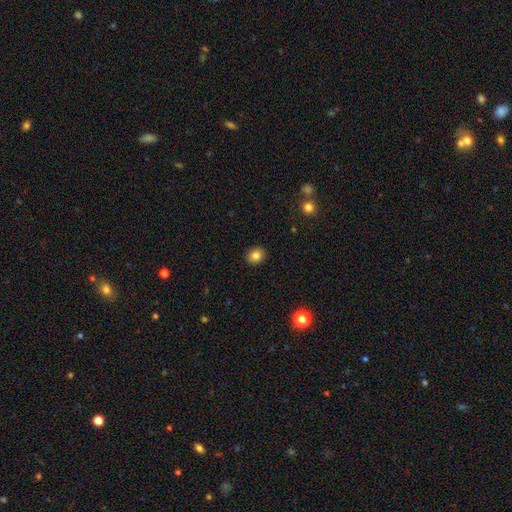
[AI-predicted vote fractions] Q: Smooth or featured?
A: smooth (82%); runner-up: star or artifact (11%)
Q: How rounded?
A: round (68%); runner-up: in between (31%)
Q: Merging?
A: none (91%); runner-up: minor disturbance (6%)